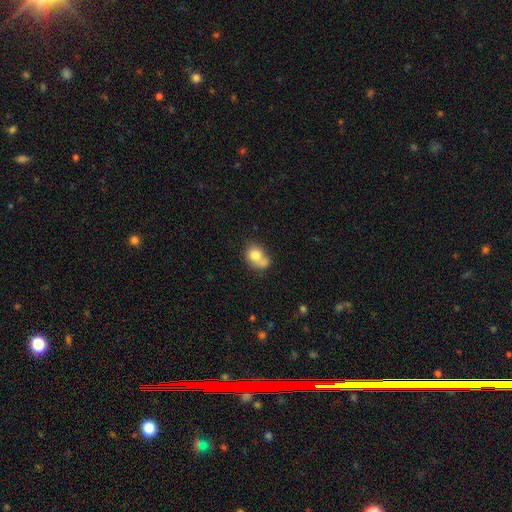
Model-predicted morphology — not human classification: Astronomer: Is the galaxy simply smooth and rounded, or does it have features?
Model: smooth — 76%.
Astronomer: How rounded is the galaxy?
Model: in between — 54% (runner-up: round, 45%).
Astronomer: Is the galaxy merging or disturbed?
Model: merger — 36% (runner-up: none, 33%).